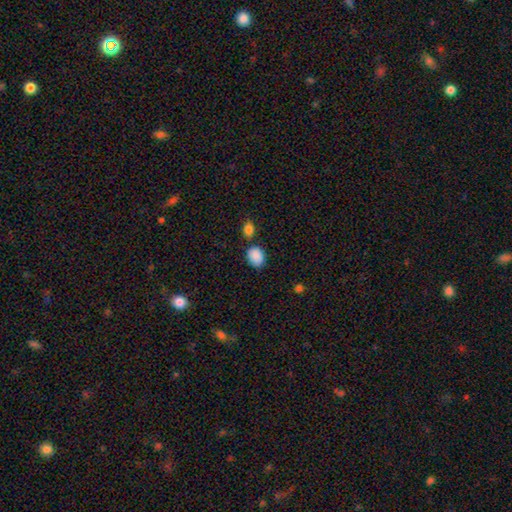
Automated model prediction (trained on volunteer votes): This is clearly a smooth galaxy (88%). How rounded: possibly in between (60%). Merging: likely none (70%).